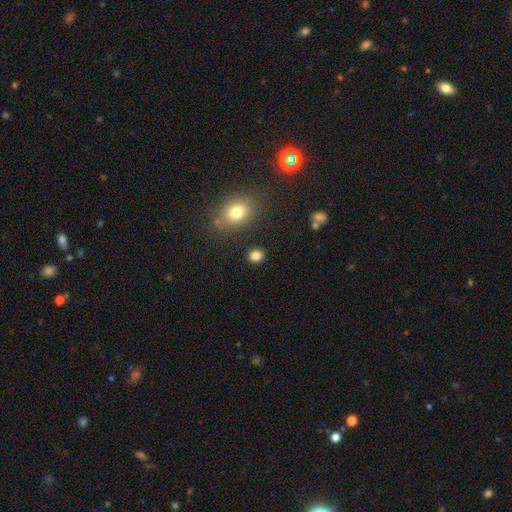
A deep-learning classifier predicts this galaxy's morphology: smooth-or-featured: smooth: 84% | star or artifact: 12% | featured or disk: 4%
  how-rounded: round: 68% | in between: 30% | cigar-shaped: 1%
  merging: none: 88% | minor disturbance: 7% | merger: 3% | major disturbance: 3%